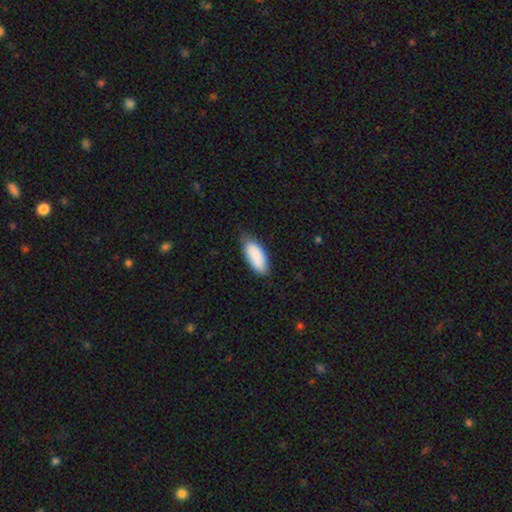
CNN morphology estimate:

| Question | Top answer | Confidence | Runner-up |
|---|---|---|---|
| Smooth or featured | smooth | 85% | featured or disk (9%) |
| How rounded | in between | 88% | cigar-shaped (10%) |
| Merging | none | 71% | minor disturbance (24%) |